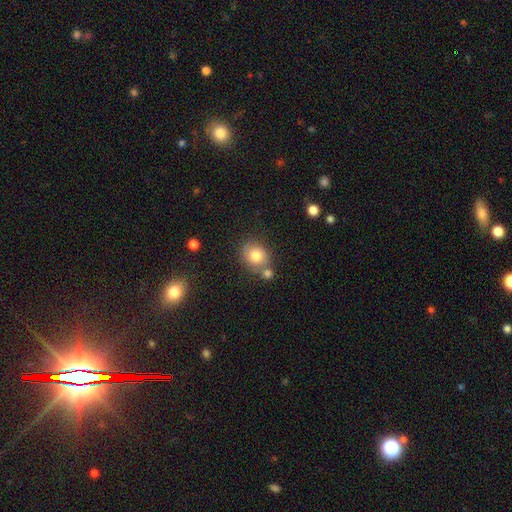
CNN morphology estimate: The model was most divided on "merging": none: 55%, merger: 24%, minor disturbance: 16%, major disturbance: 5%. More confident: smooth or featured — smooth (76%); how rounded — round (65%).